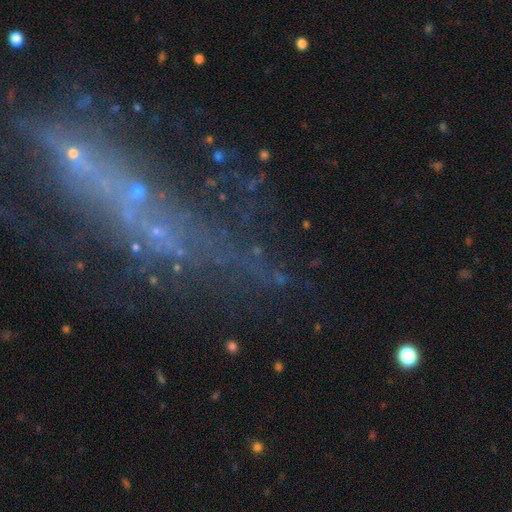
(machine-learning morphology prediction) Q: Smooth or featured?
A: star or artifact (42%); runner-up: featured or disk (37%)